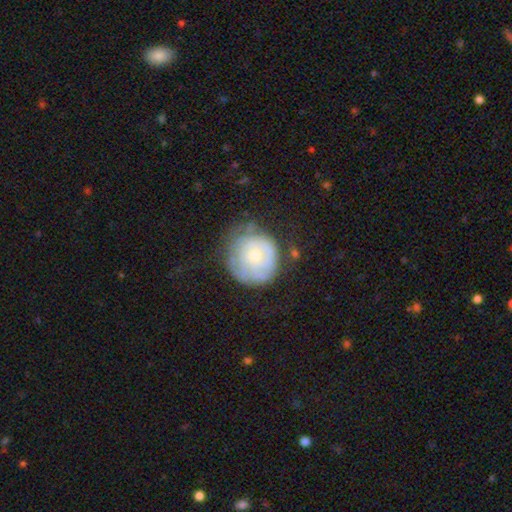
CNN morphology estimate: Smooth or featured? featured or disk (52%)
Edge-on disk? no (97%)
Bar? no (87%)
Spiral arms? yes (55%)
Bulge size? small (60%)
Merging? none (54%)